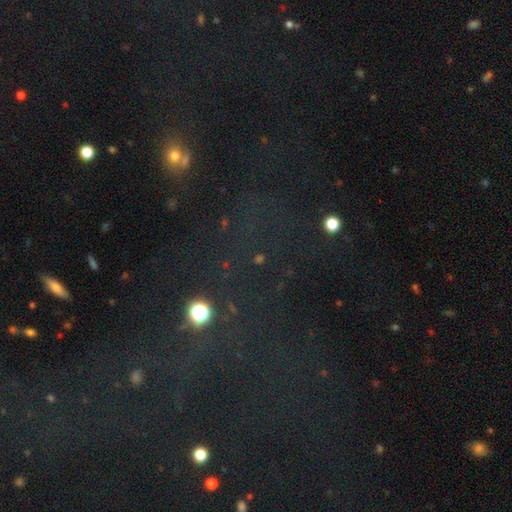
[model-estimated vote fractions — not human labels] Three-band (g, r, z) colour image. It shows a star or artifact, not a galaxy (69%).